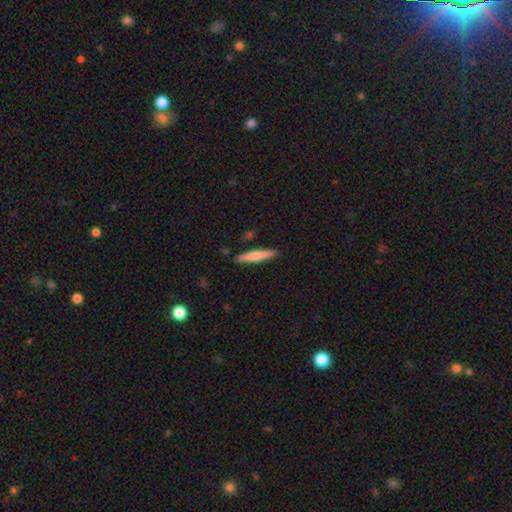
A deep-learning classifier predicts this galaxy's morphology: type=smooth (67%); roundness=cigar-shaped (91%); merging=none (88%).